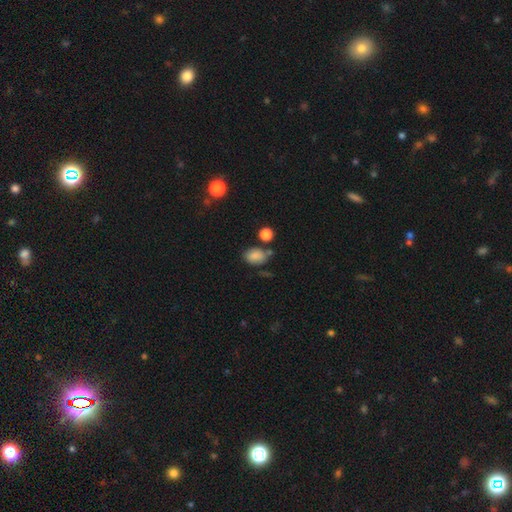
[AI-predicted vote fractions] A smooth galaxy with no disk features (83%) that is in between round and cigar-shaped (75%).

Vote fractions:
- Smooth or featured? smooth: 83% / star or artifact: 10% / featured or disk: 7%
- How rounded? in between: 75% / round: 24% / cigar-shaped: 1%
- Merging? none: 63% / minor disturbance: 19% / merger: 12% / major disturbance: 6%